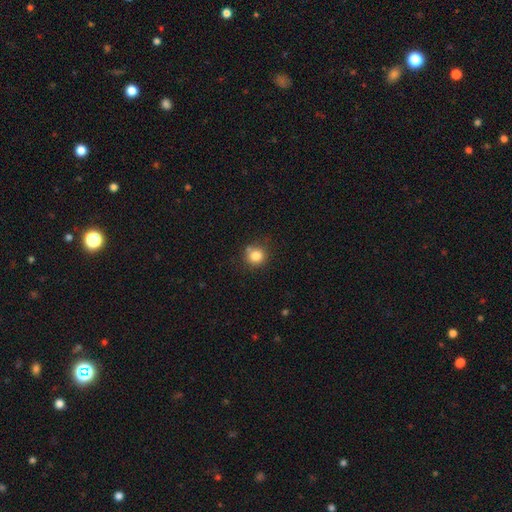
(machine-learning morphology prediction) Q: Smooth or featured?
A: smooth (83%); runner-up: star or artifact (11%)
Q: How rounded?
A: round (89%); runner-up: in between (10%)
Q: Merging?
A: none (75%); runner-up: minor disturbance (14%)